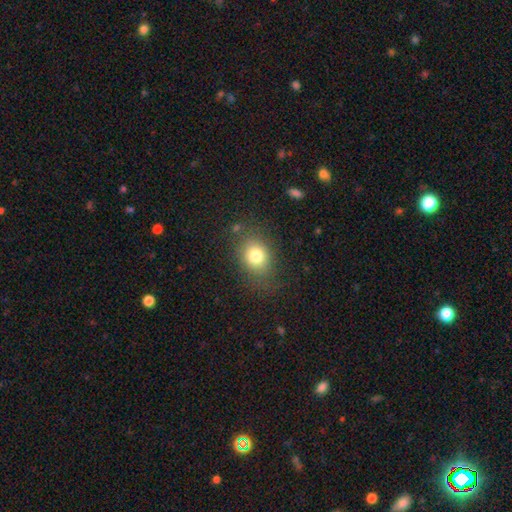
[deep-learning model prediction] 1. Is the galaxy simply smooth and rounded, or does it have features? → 78% smooth, 12% star or artifact, 11% featured or disk.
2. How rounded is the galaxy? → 51% in between, 48% round, 1% cigar-shaped.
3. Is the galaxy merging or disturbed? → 75% none, 15% minor disturbance, 7% major disturbance, 2% merger.